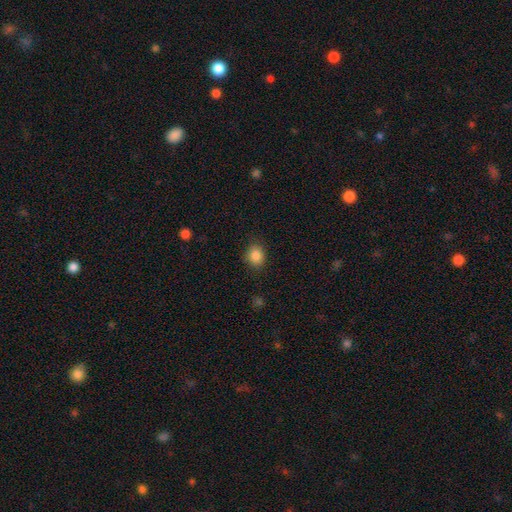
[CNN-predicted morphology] smooth 86%, star or artifact 10%, featured or disk 4%. Down the decision tree: how rounded — round (60%); merging — none (86%).